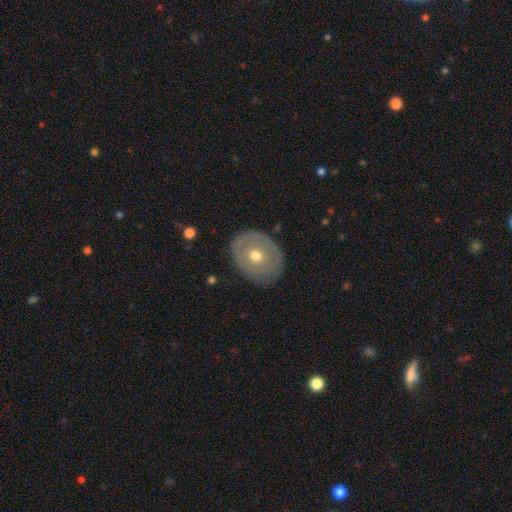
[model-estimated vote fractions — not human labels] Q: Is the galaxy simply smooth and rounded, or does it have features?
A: featured or disk — 52%.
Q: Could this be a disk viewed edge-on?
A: no — 93%.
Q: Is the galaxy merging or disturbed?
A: none — 84%.